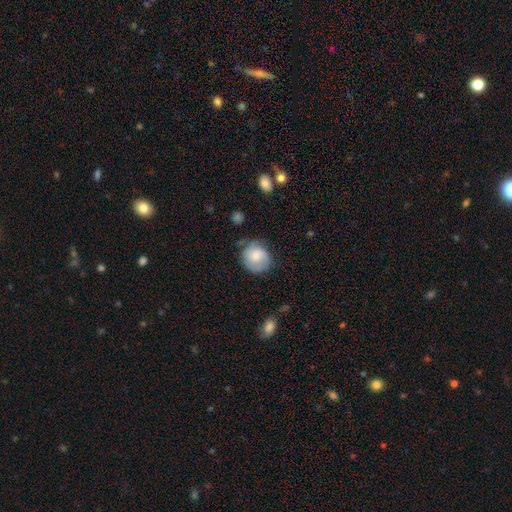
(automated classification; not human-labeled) Morphology: type=smooth (72%); roundness=round (81%); merging=none (59%).